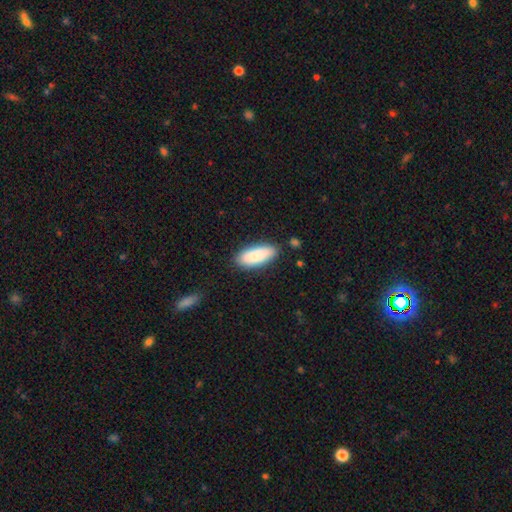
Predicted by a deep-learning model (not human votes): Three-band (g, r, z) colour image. It shows a smooth galaxy with no disk features (83%) that is in between round and cigar-shaped (82%). Merging: none (81%).